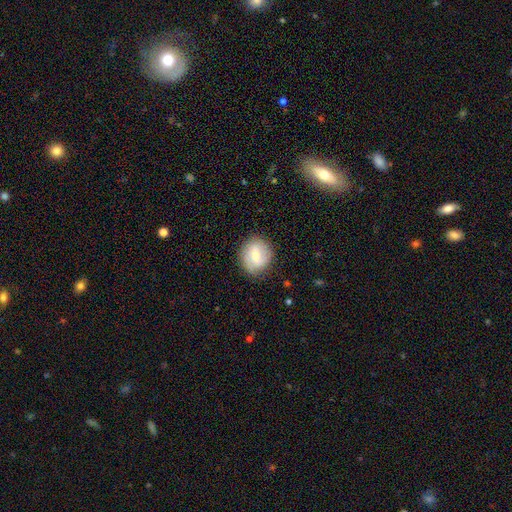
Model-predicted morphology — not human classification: type=featured or disk (51%); edge-on=no (97%); merging=none (80%).